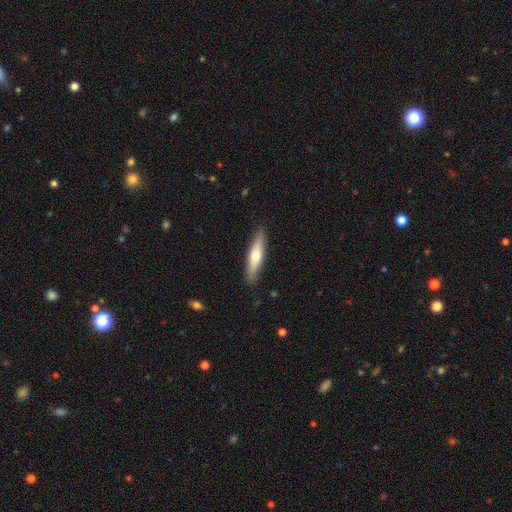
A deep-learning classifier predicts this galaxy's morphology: This appears to be a smooth galaxy with no disk features (54%) that is cigar-shaped (74%). Merging: none (88%).